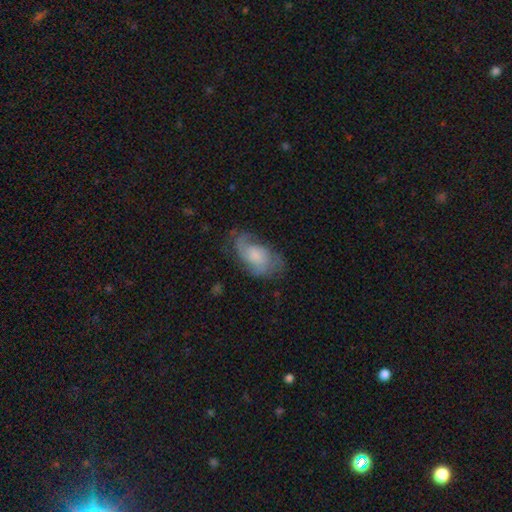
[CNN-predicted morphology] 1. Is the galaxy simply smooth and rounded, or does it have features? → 60% featured or disk, 33% smooth, 7% star or artifact.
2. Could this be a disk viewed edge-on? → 96% no, 4% yes.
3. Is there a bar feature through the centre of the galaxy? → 70% no, 26% weak, 4% strong.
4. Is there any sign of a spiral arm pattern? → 85% yes, 15% no.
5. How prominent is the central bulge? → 36% moderate, 35% small, 15% none, 13% large, 2% dominant.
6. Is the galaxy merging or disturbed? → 56% none, 26% minor disturbance, 16% major disturbance, 2% merger.